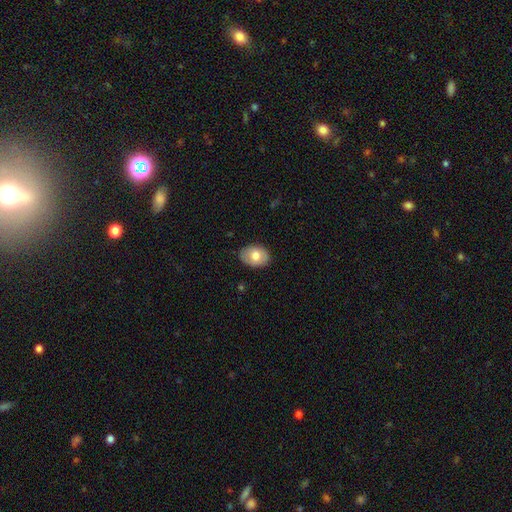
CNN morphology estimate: A smooth galaxy with no disk features (73%) that is in between round and cigar-shaped (76%). Merging: none (82%).